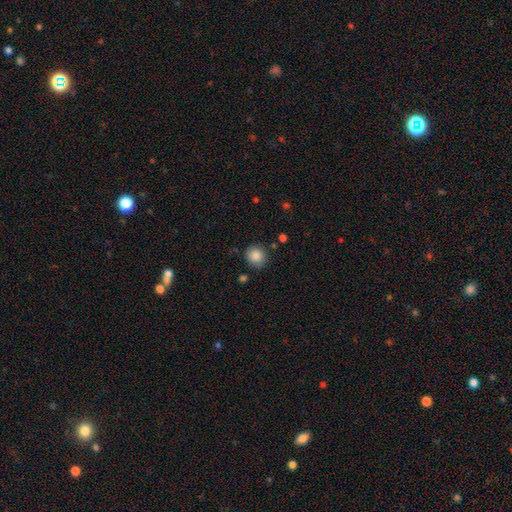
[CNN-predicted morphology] Smooth or featured?
  - smooth: 87% *
  - star or artifact: 9%
  - featured or disk: 4%
How rounded?
  - round: 89% *
  - in between: 10%
  - cigar-shaped: 1%
Merging?
  - none: 85% *
  - minor disturbance: 10%
  - major disturbance: 3%
  - merger: 3%